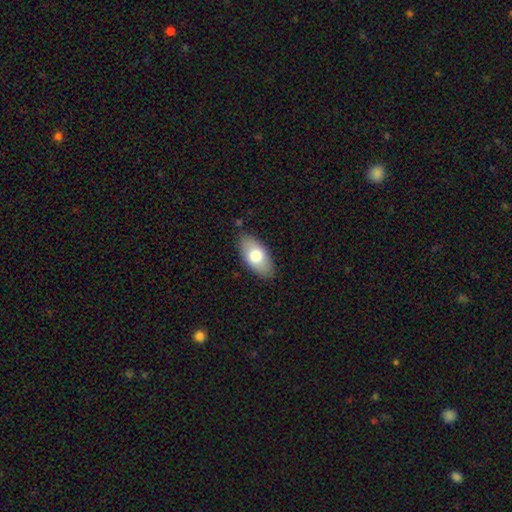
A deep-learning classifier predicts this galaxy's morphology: Q: Smooth or featured?
A: smooth (73%); runner-up: featured or disk (21%)
Q: How rounded?
A: in between (92%); runner-up: cigar-shaped (5%)
Q: Merging?
A: none (84%); runner-up: minor disturbance (12%)